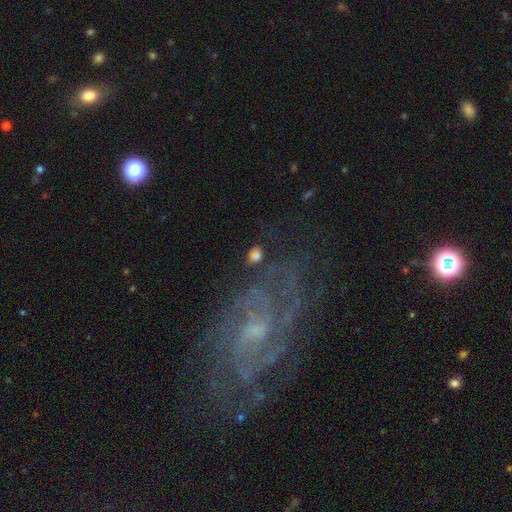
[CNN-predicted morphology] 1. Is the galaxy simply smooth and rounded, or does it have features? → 74% smooth, 14% featured or disk, 12% star or artifact.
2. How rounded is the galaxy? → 52% round, 46% in between, 2% cigar-shaped.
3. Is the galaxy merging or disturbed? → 72% none, 14% minor disturbance, 8% major disturbance, 5% merger.